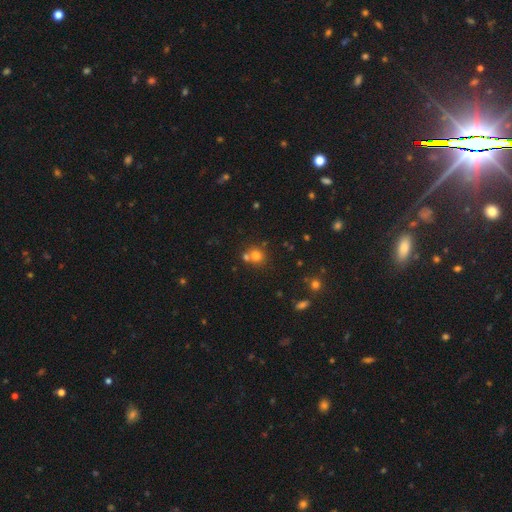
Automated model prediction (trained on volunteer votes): smooth_or_featured: smooth (p=0.74) [alt: star or artifact p=0.16]
how_rounded: round (p=0.86) [alt: in between p=0.13]
merging: none (p=0.56) [alt: merger p=0.33]